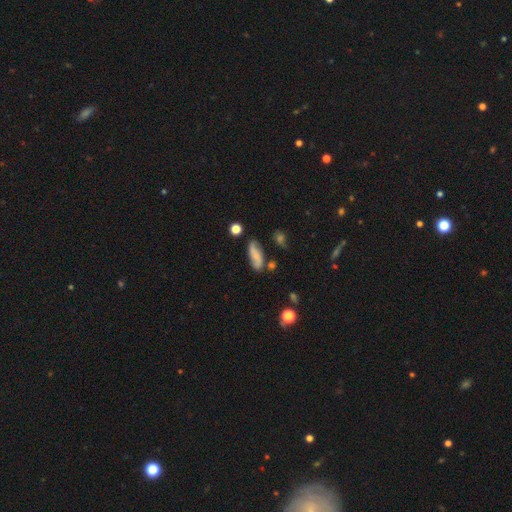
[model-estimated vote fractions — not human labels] The model was most divided on "smooth or featured": smooth: 53%, featured or disk: 37%, star or artifact: 9%. More confident: merging — none (70%); how rounded — in between (65%).